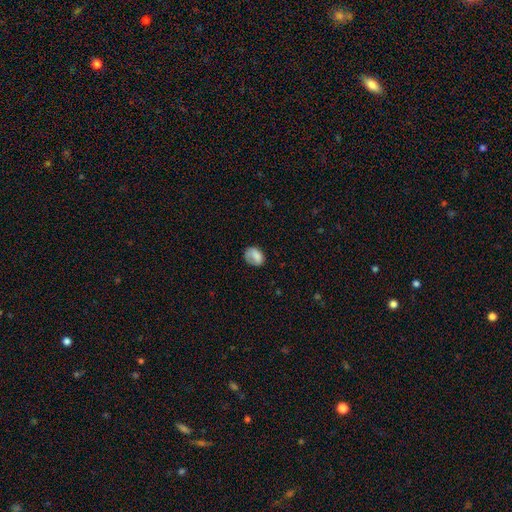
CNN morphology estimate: This appears to be a smooth galaxy with no disk features (77%) that is in between round and cigar-shaped (60%). Merging: none (58%).